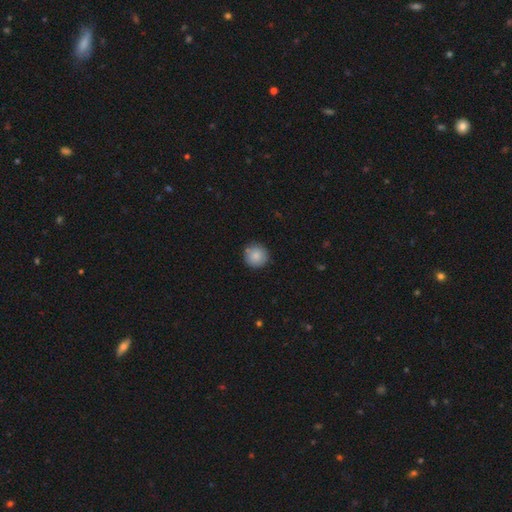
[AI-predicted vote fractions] Morphology: type=smooth (86%); roundness=round (95%); merging=none (86%).